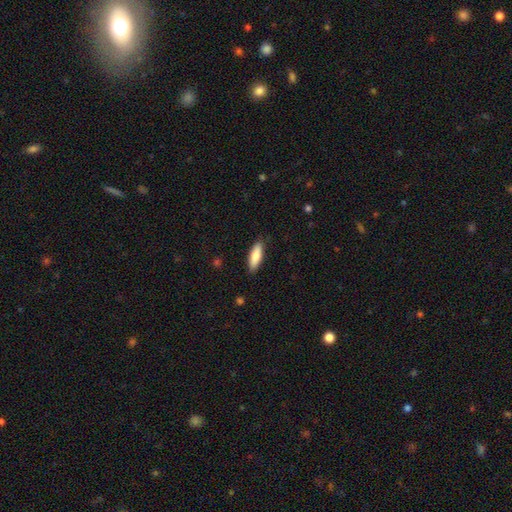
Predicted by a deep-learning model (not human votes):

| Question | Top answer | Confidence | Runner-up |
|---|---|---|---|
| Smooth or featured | smooth | 79% | featured or disk (15%) |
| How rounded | in between | 53% | cigar-shaped (46%) |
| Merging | none | 87% | minor disturbance (10%) |